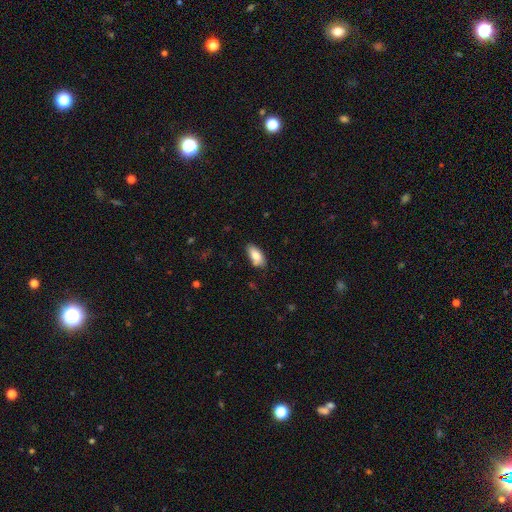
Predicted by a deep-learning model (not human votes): Smooth or featured?
  - smooth: 83% *
  - featured or disk: 11%
  - star or artifact: 7%
How rounded?
  - in between: 90% *
  - cigar-shaped: 7%
  - round: 2%
Merging?
  - none: 78% *
  - minor disturbance: 17%
  - merger: 3%
  - major disturbance: 3%